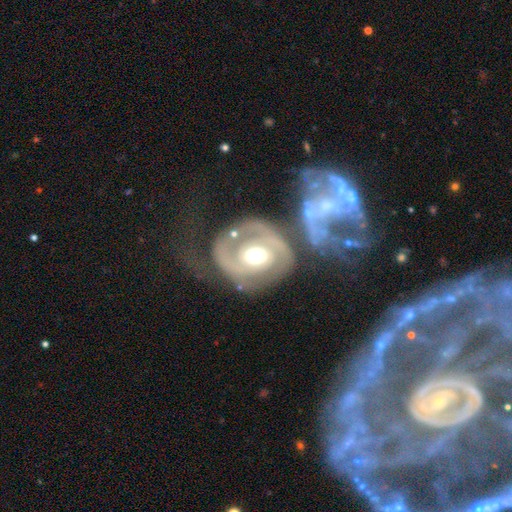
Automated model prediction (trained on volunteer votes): This is clearly a featured or disk galaxy (84%). It is clearly not viewed edge-on (97%). Bar: likely no (62%). Spiral arm pattern: clearly yes (88%). Spiral arm count: likely 2 (71%). Spiral winding: possibly tight (50%). Central bulge: likely moderate (64%). Merging: marginally none (41%).